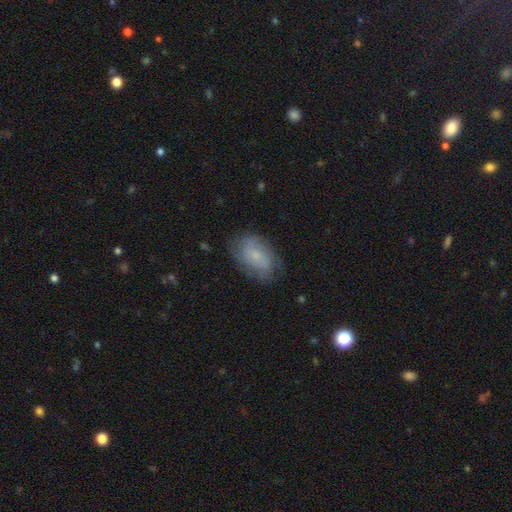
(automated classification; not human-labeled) Smooth or featured? smooth (49%)
Merging? none (70%)